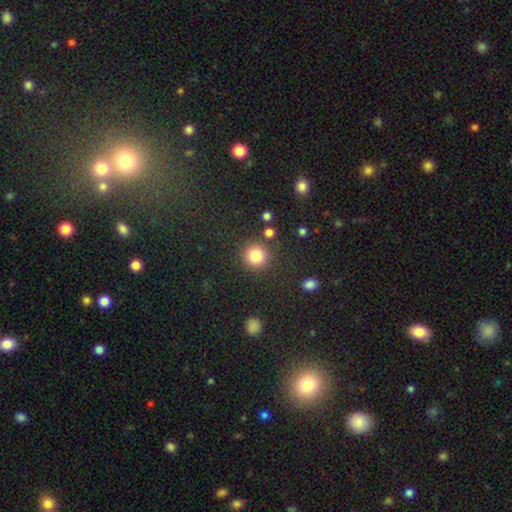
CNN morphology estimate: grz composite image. It shows a smooth galaxy with no disk features (83%) that is round (92%). Merging: none (83%).